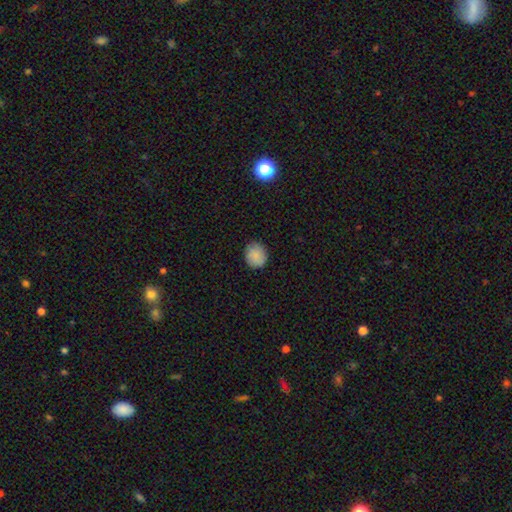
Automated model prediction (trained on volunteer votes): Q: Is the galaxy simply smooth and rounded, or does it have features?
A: smooth — 85%.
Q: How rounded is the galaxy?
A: round — 73%.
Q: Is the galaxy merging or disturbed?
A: none — 83%.